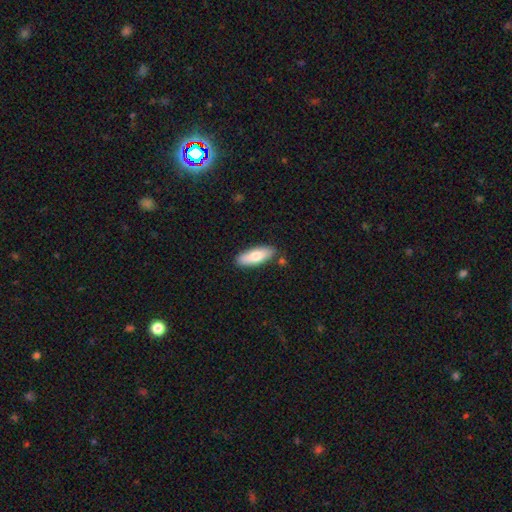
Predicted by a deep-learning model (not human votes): Smooth or featured? smooth (74%)
How rounded? in between (63%)
Merging? none (83%)